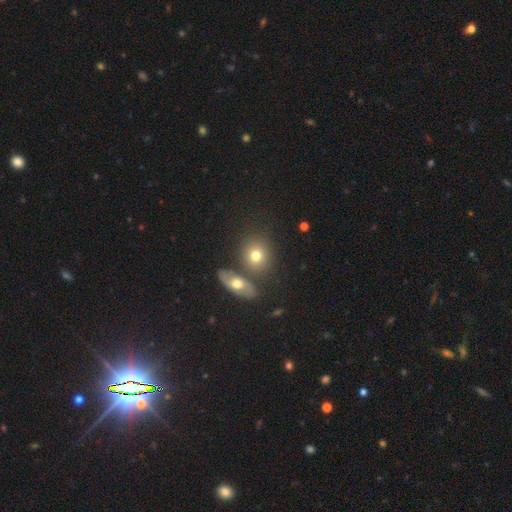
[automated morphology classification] A smooth galaxy with no disk features (72%) that is round (60%). Merging: none (66%).